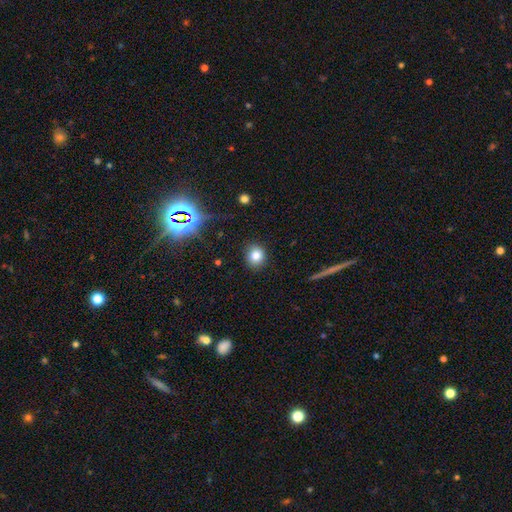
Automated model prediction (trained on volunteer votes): A smooth galaxy with no disk features (79%) that is round (79%).

Vote fractions:
- Smooth or featured? smooth: 79% / star or artifact: 14% / featured or disk: 7%
- How rounded? round: 79% / in between: 20% / cigar-shaped: 1%
- Merging? none: 89% / minor disturbance: 8% / major disturbance: 2% / merger: 1%